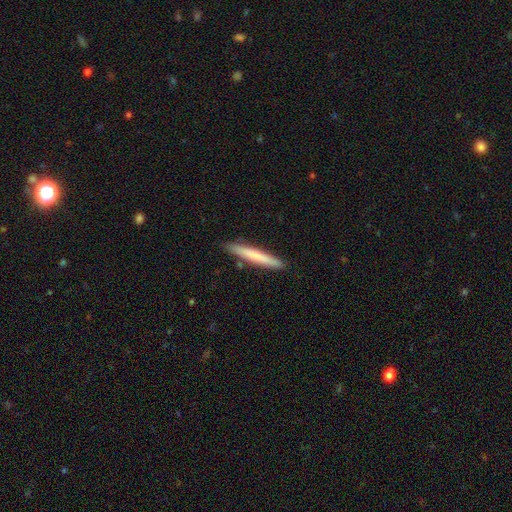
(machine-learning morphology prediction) The model was most divided on "smooth or featured": smooth: 69%, featured or disk: 26%, star or artifact: 6%. More confident: how rounded — cigar-shaped (96%); merging — none (88%).